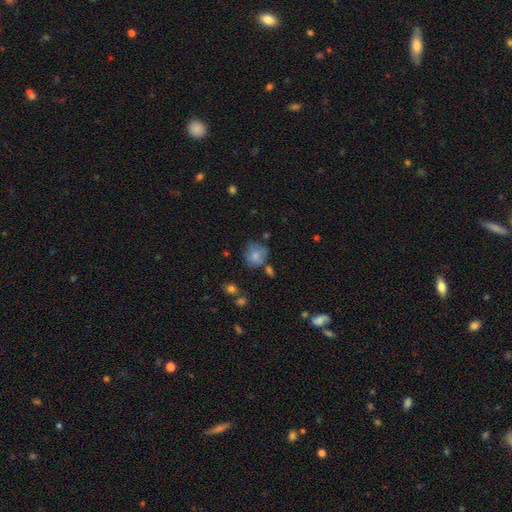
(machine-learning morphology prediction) The model was most divided on "merging": none: 54%, minor disturbance: 26%, major disturbance: 10%, merger: 10%. More confident: how rounded — round (76%); smooth or featured — smooth (75%).